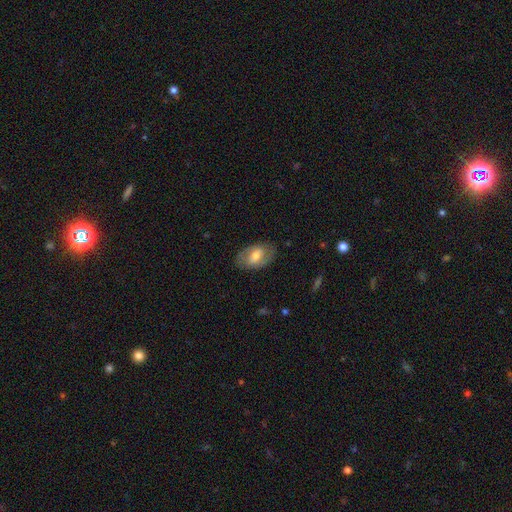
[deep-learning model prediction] smooth 47%, featured or disk 46%, star or artifact 6%. Down the decision tree: merging — none (80%).